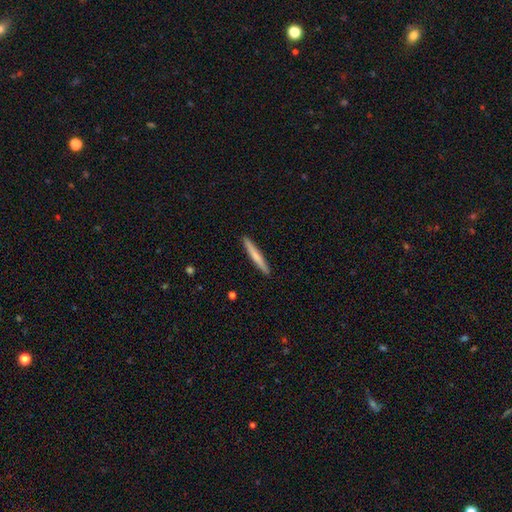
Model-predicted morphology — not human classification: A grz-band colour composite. It shows a smooth galaxy with no disk features (64%) that is cigar-shaped (96%). Merging: none (92%).